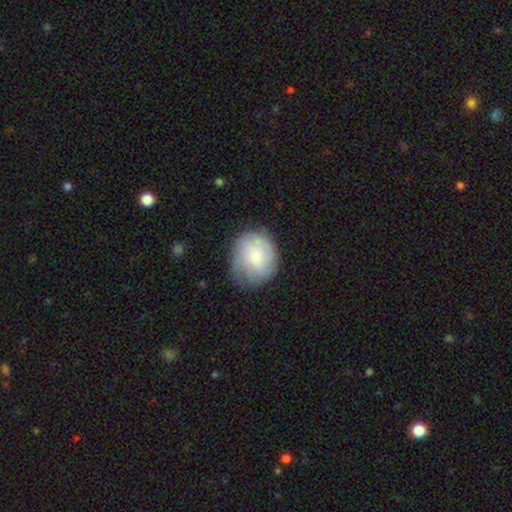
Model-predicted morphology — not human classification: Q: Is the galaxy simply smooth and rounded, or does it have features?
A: smooth — 65%.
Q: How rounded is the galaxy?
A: round — 68%.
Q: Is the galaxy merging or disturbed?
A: none — 66%.